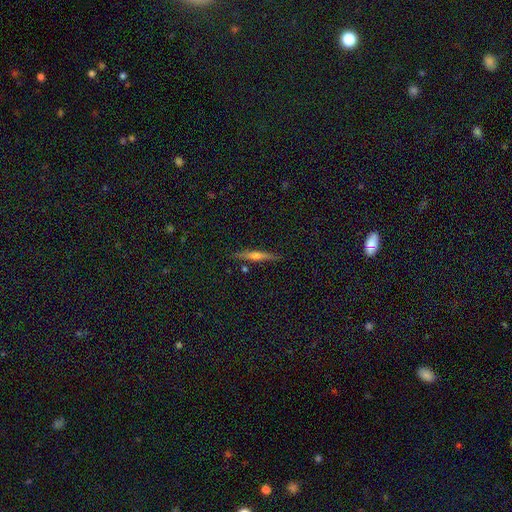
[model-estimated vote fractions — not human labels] smooth_or_featured: featured or disk (p=0.55) [alt: smooth p=0.36]
disk_edge_on: yes (p=0.96) [alt: no p=0.04]
edge_on_bulge: rounded (p=0.78) [alt: none p=0.13]
merging: none (p=0.86) [alt: minor disturbance p=0.10]